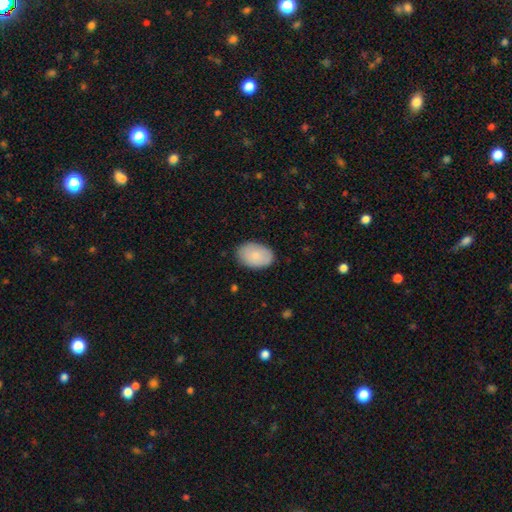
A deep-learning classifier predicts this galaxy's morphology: Overall: smooth (84%). How rounded: in between (89%). Merging: none (84%).